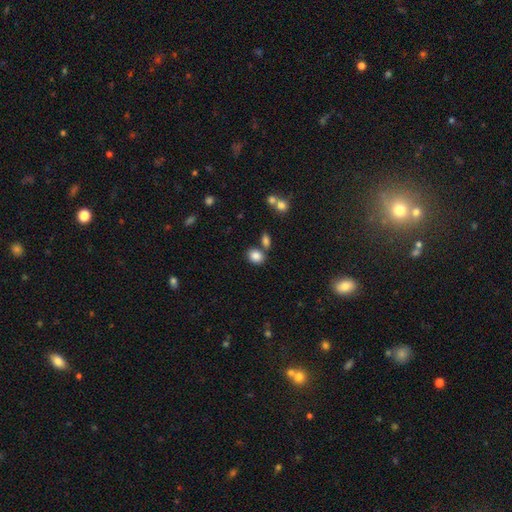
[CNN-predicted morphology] Smooth or featured: smooth — 85% (star or artifact — 10%)
How rounded: in between — 55% (round — 43%)
Merging: none — 65% (merger — 19%)